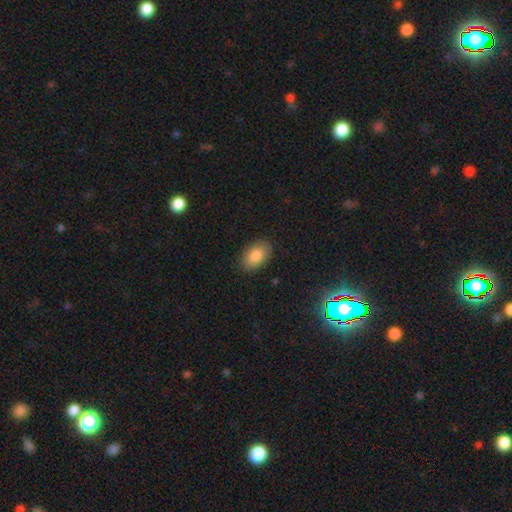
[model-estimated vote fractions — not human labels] Overall: smooth (86%). How rounded: in between (93%). Merging: none (87%).